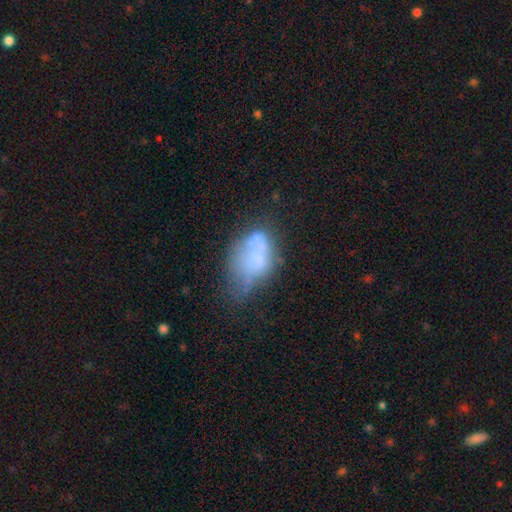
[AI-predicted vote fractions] Smooth or featured? Predicted: smooth (p=0.50). How rounded? Predicted: in between (p=0.86). Merging? Predicted: minor disturbance (p=0.27).